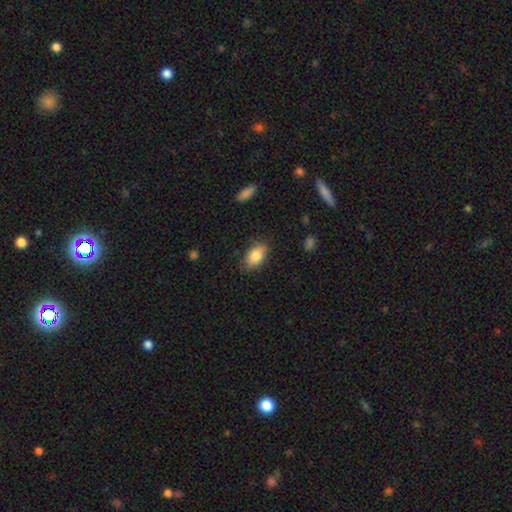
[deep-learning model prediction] Smooth or featured?
  - smooth: 83% *
  - featured or disk: 9%
  - star or artifact: 7%
How rounded?
  - in between: 91% *
  - round: 7%
  - cigar-shaped: 2%
Merging?
  - none: 81% *
  - minor disturbance: 15%
  - major disturbance: 3%
  - merger: 1%